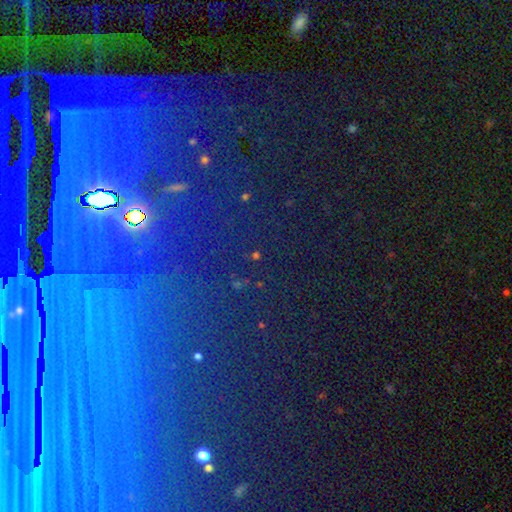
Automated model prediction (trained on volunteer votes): This is likely a star or artifact rather than a galaxy (69%).